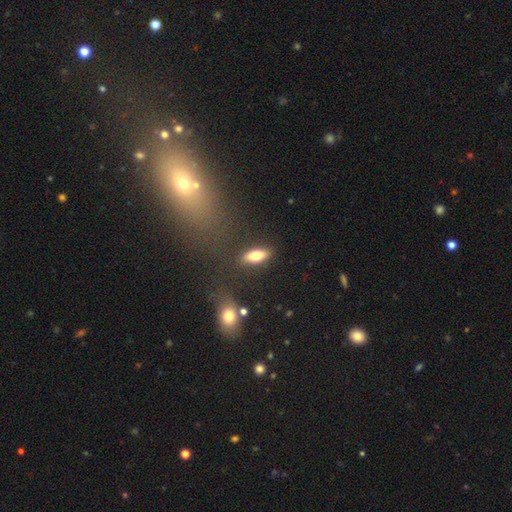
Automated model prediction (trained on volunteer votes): smooth 77%, featured or disk 16%, star or artifact 7%. Down the decision tree: how rounded — in between (74%); merging — none (85%).